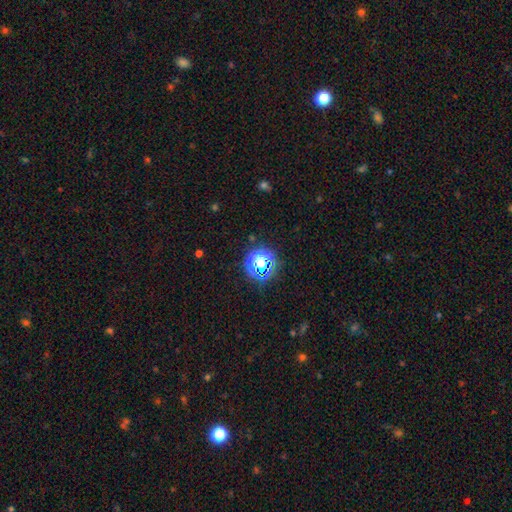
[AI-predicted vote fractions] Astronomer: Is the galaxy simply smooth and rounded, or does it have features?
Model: star or artifact — 71%.